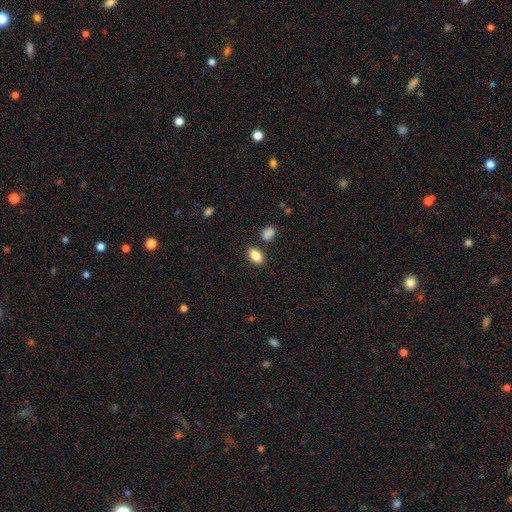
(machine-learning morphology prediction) Smooth or featured: smooth — 86% (star or artifact — 8%)
How rounded: in between — 88% (round — 11%)
Merging: none — 82% (minor disturbance — 10%)